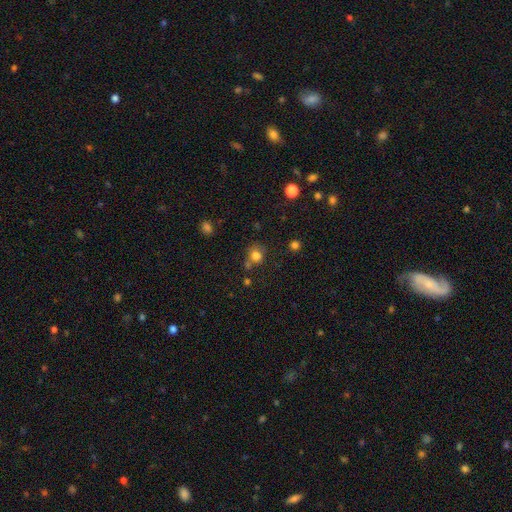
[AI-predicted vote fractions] A smooth galaxy with no disk features (78%) that is round (77%). Merging: none (57%).